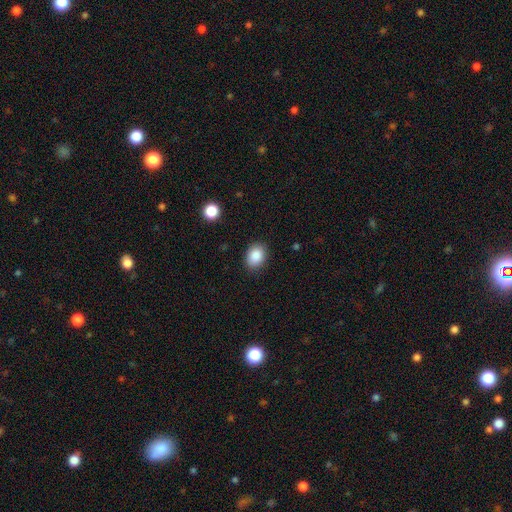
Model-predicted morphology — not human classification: smooth 87%, star or artifact 8%, featured or disk 4%. Down the decision tree: how rounded — in between (64%); merging — none (86%).